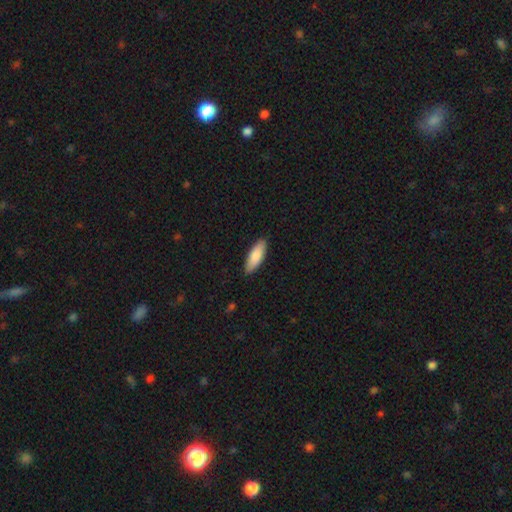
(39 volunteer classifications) smooth 79%, featured or disk 10%, star or artifact 10%. Down the decision tree: how rounded — in between (58%); merging — none (89%).